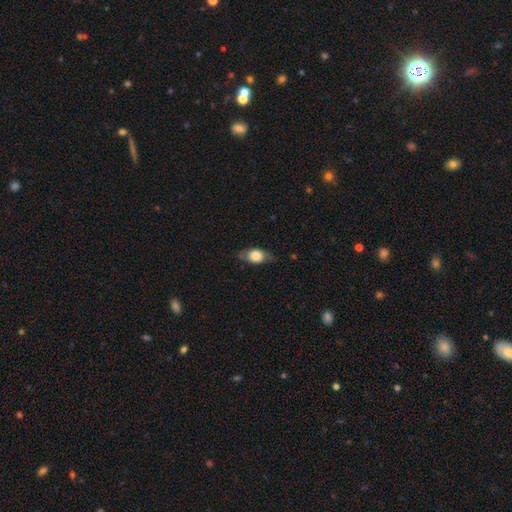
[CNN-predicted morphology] A smooth galaxy with no disk features (65%) that is in between round and cigar-shaped (77%).

Vote fractions:
- Smooth or featured? smooth: 65% / featured or disk: 27% / star or artifact: 7%
- How rounded? in between: 77% / round: 16% / cigar-shaped: 7%
- Merging? none: 75% / minor disturbance: 18% / major disturbance: 5% / merger: 1%